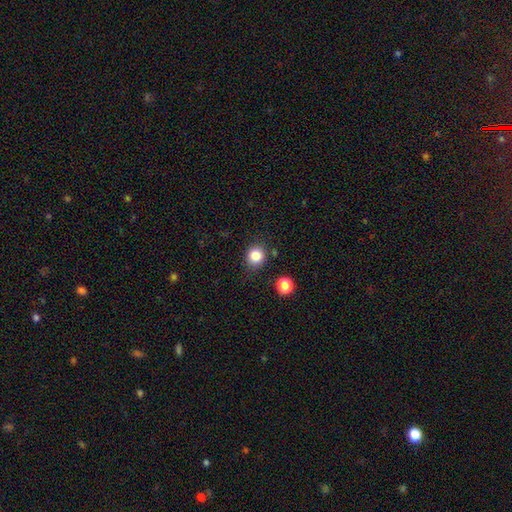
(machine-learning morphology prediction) Smooth or featured? Predicted: smooth (p=0.84). How rounded? Predicted: round (p=0.87). Merging? Predicted: none (p=0.85).